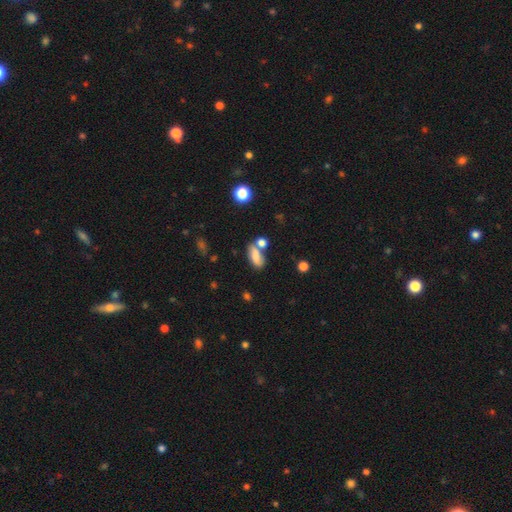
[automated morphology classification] Smooth or featured: smooth — 78% (featured or disk — 12%)
How rounded: in between — 81% (cigar-shaped — 14%)
Merging: none — 49% (merger — 29%)